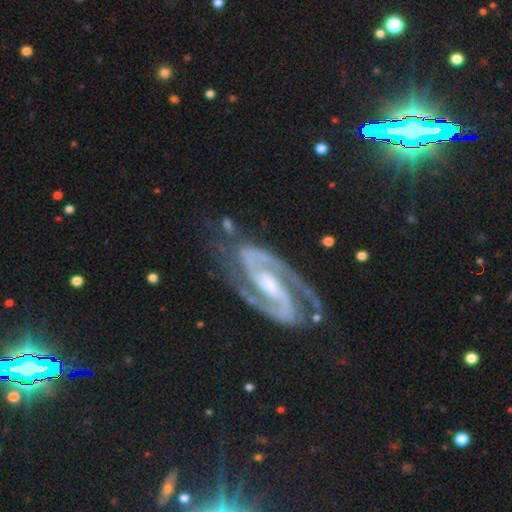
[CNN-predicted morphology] Smooth or featured? Predicted: featured or disk (p=0.94). Edge-on disk? Predicted: no (p=0.97). Bar? Predicted: strong (p=0.39). Spiral arms? Predicted: yes (p=0.99). Spiral winding? Predicted: medium (p=0.56). Spiral arm count? Predicted: 2 (p=0.94). Bulge size? Predicted: small (p=0.42). Merging? Predicted: none (p=0.73).